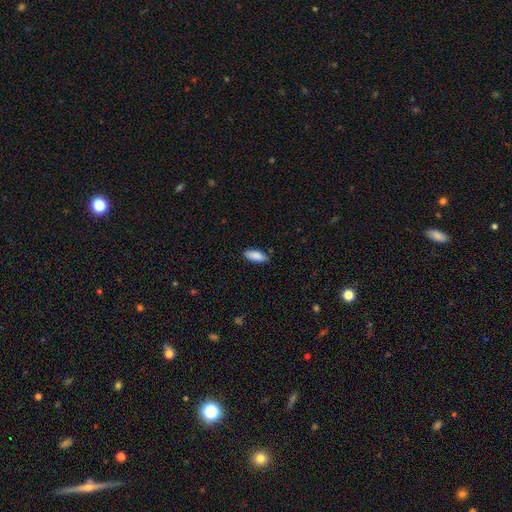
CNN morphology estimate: type=smooth (89%); roundness=in between (76%); merging=none (85%).